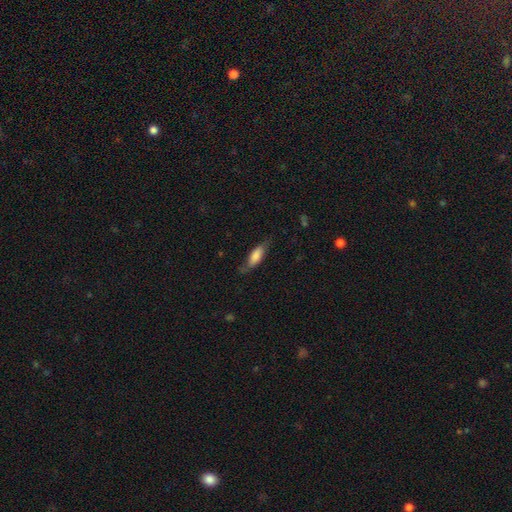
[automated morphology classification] A smooth galaxy with no disk features (70%) that is in between round and cigar-shaped (62%).

Vote fractions:
- Smooth or featured? smooth: 70% / featured or disk: 23% / star or artifact: 7%
- How rounded? in between: 62% / cigar-shaped: 36% / round: 2%
- Merging? none: 64% / minor disturbance: 26% / major disturbance: 8% / merger: 2%